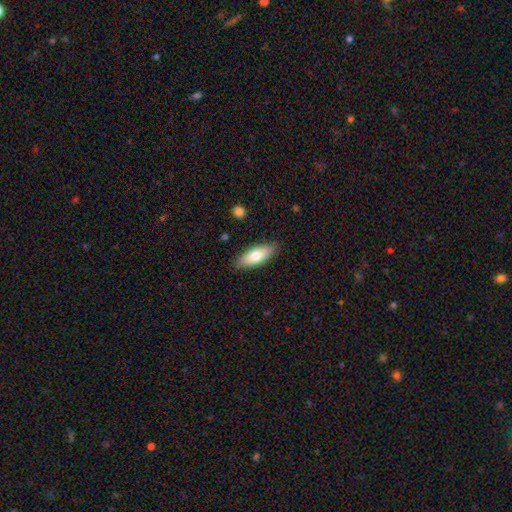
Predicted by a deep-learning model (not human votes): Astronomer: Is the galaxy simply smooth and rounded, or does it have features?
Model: smooth — 73%.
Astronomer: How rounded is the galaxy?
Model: in between — 71%.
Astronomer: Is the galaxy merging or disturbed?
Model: none — 86%.